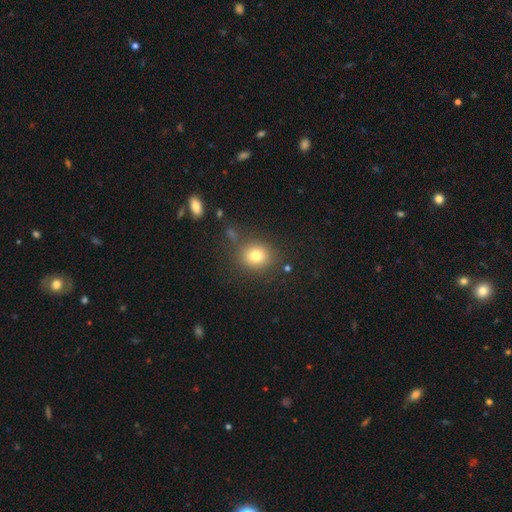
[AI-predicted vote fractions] A smooth galaxy with no disk features (77%) that is round (80%).

Vote fractions:
- Smooth or featured? smooth: 77% / star or artifact: 13% / featured or disk: 10%
- How rounded? round: 80% / in between: 19% / cigar-shaped: 1%
- Merging? none: 81% / minor disturbance: 10% / major disturbance: 4% / merger: 4%